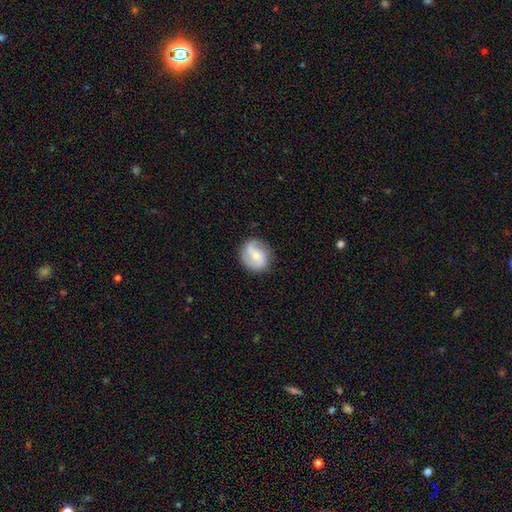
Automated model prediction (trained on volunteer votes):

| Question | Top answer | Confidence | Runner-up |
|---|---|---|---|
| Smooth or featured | featured or disk | 57% | smooth (36%) |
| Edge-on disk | no | 97% | yes (3%) |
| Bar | no | 47% | weak (39%) |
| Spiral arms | yes | 87% | no (13%) |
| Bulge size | small | 53% | moderate (41%) |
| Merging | none | 82% | minor disturbance (13%) |